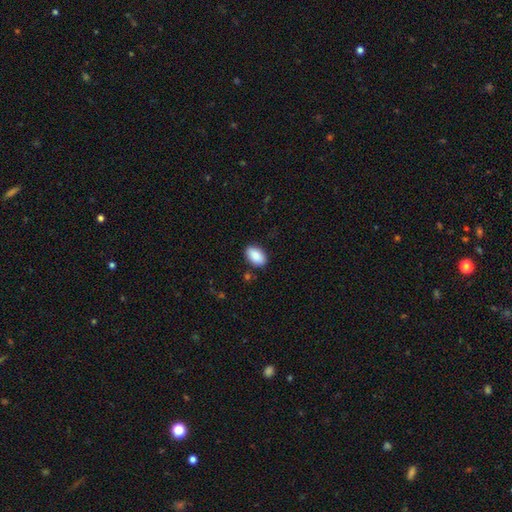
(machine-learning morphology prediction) type=smooth (88%); roundness=in between (93%); merging=none (87%).